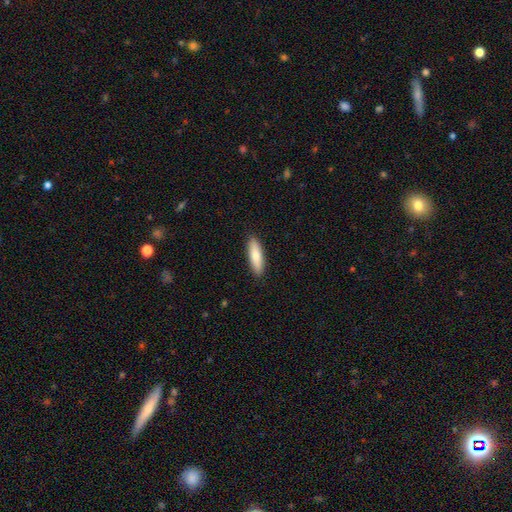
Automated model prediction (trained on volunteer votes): This appears to be a smooth galaxy with no disk features (78%) that is cigar-shaped (58%). Merging: none (90%).